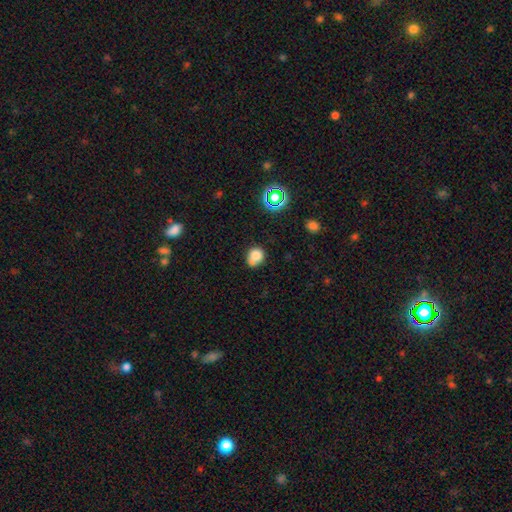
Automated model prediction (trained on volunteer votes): smooth 79%, star or artifact 13%, featured or disk 9%. Down the decision tree: how rounded — round (70%); merging — none (51%).